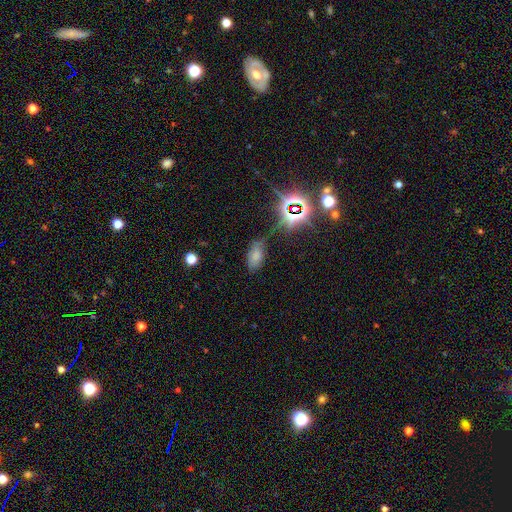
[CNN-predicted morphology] The model was most divided on "merging": none: 59%, minor disturbance: 26%, major disturbance: 11%, merger: 4%. More confident: how rounded — in between (91%); smooth or featured — smooth (62%).